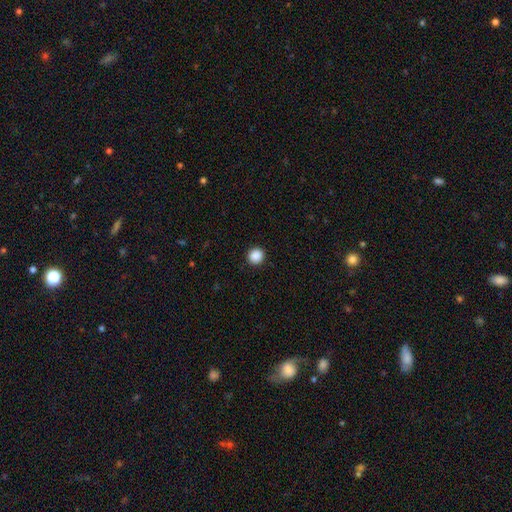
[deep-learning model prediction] Morphology: type=smooth (88%); roundness=round (93%); merging=none (92%).